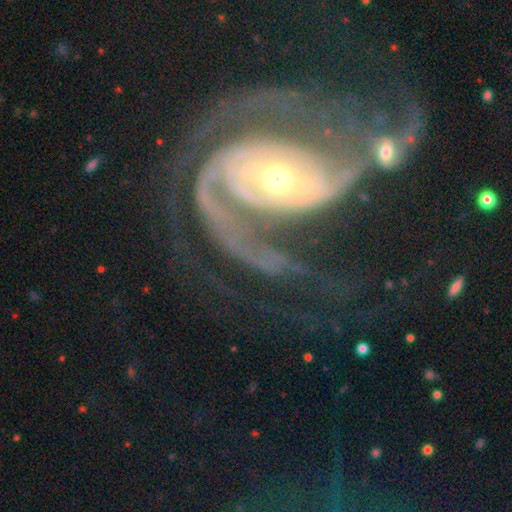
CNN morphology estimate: type=featured or disk (89%); edge-on=no (96%); bar=strong (40%); spiral arms=yes (96%); winding=tight (41%, tied with medium); arm count=2 (62%); bulge=small (57%); merging=none (43%).